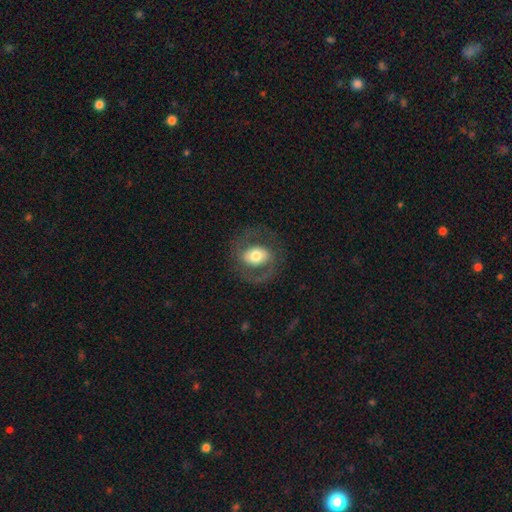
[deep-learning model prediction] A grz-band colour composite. It shows a featured or disk galaxy (60%) with no bar (47%), spiral arms (67%) and a moderate central bulge (56%). Merging: none (74%).